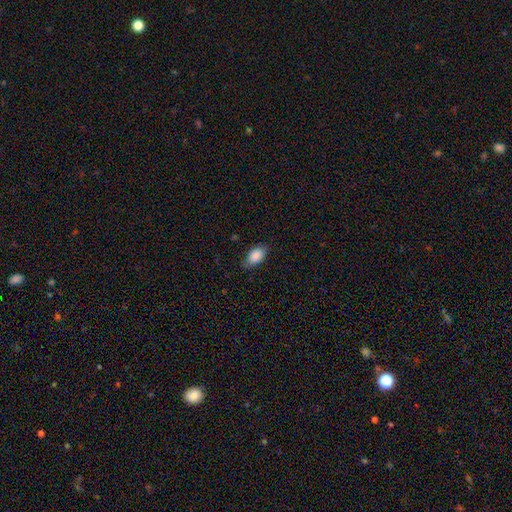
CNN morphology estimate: Overall: smooth (88%). How rounded: in between (91%). Merging: none (76%).